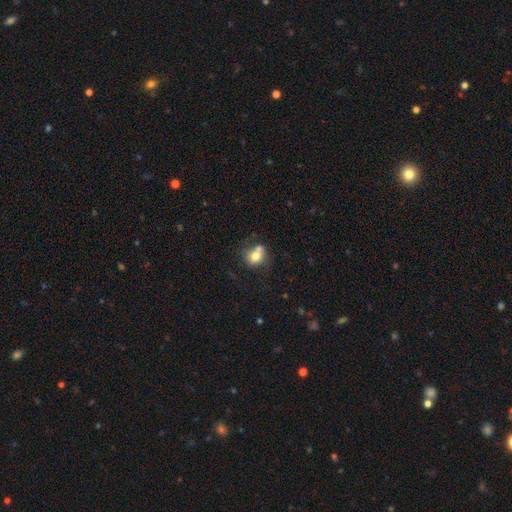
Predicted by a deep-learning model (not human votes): Morphology: type=smooth (73%); roundness=round (63%); merging=none (43%).